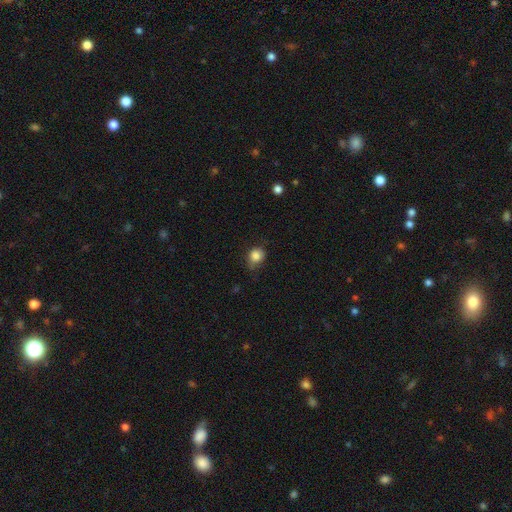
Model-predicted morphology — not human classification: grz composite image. It shows a smooth galaxy with no disk features (85%) that is round (69%). Merging: none (59%).